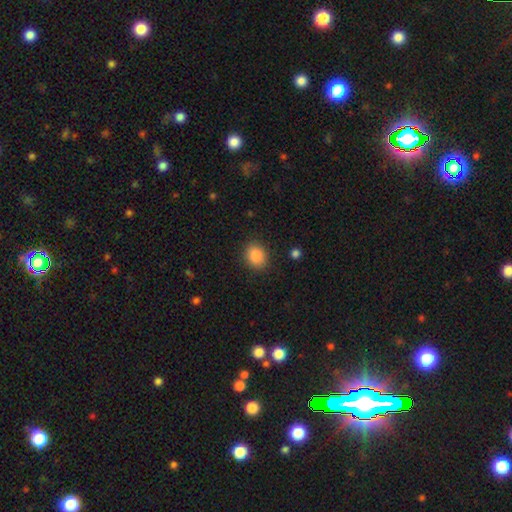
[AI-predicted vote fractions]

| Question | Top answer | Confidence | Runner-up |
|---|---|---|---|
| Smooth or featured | smooth | 87% | star or artifact (9%) |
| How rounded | round | 53% | in between (46%) |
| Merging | none | 87% | minor disturbance (8%) |